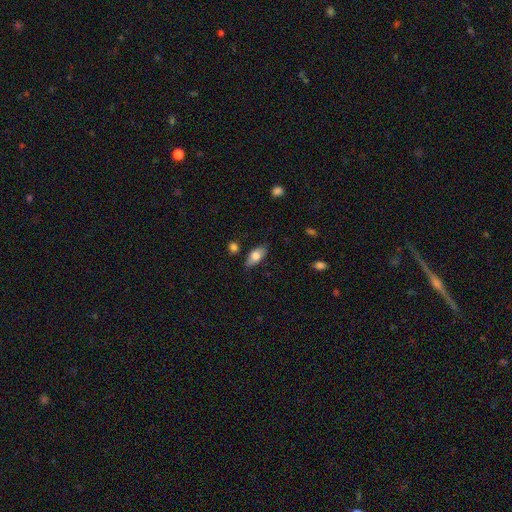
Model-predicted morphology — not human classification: smooth_or_featured: smooth (p=0.76) [alt: featured or disk p=0.17]
how_rounded: in between (p=0.88) [alt: cigar-shaped p=0.09]
merging: none (p=0.82) [alt: minor disturbance p=0.13]